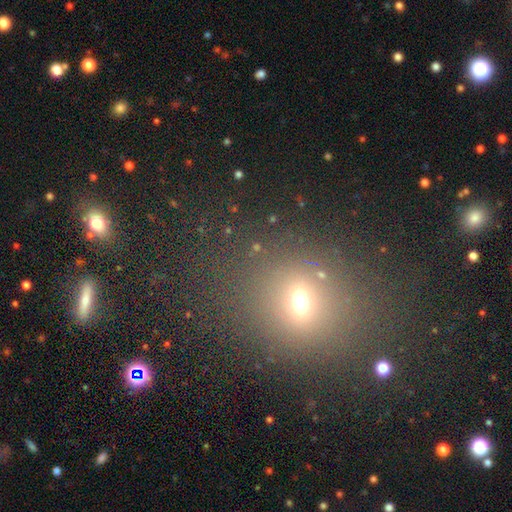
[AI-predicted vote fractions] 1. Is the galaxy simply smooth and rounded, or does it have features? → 48% smooth, 40% star or artifact, 12% featured or disk.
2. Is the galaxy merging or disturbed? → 80% none, 10% minor disturbance, 6% major disturbance, 5% merger.